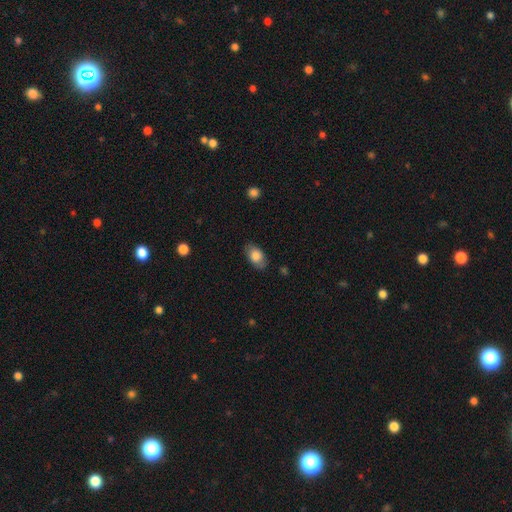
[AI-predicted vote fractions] Smooth or featured: smooth — 83% (featured or disk — 10%)
How rounded: in between — 90% (round — 8%)
Merging: none — 81% (minor disturbance — 15%)